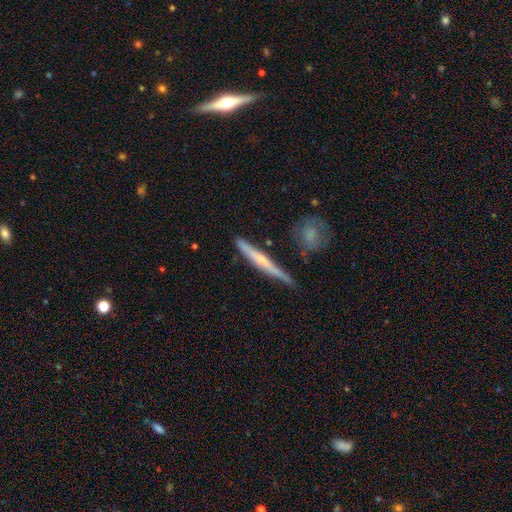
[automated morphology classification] The model was most divided on "smooth or featured": featured or disk: 69%, smooth: 24%, star or artifact: 7%. More confident: edge-on disk — yes (96%); merging — none (81%); edge-on bulge — rounded (70%).